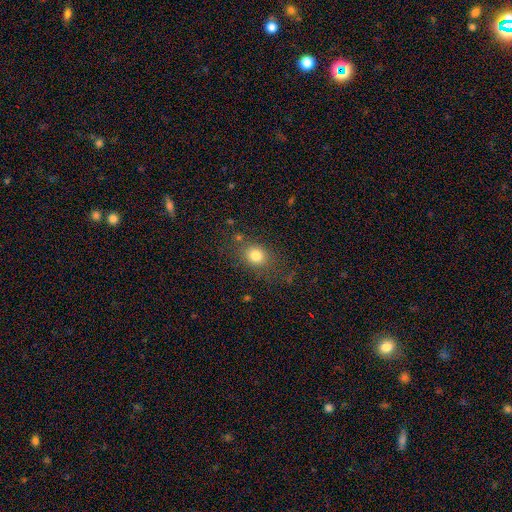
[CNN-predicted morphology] type=smooth (80%); roundness=round (62%); merging=none (74%).